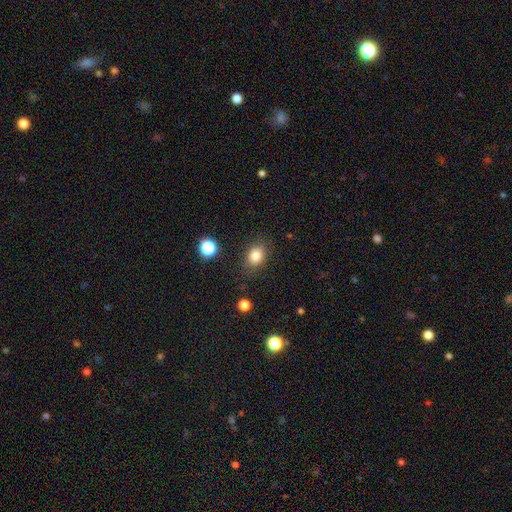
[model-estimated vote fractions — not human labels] A smooth galaxy with no disk features (82%) that is in between round and cigar-shaped (56%). Merging: none (81%).